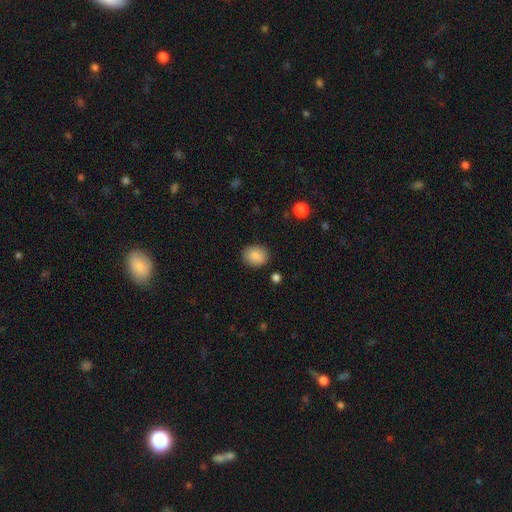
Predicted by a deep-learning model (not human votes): Smooth or featured: smooth — 87% (star or artifact — 8%)
How rounded: round — 55% (in between — 44%)
Merging: none — 86% (minor disturbance — 9%)